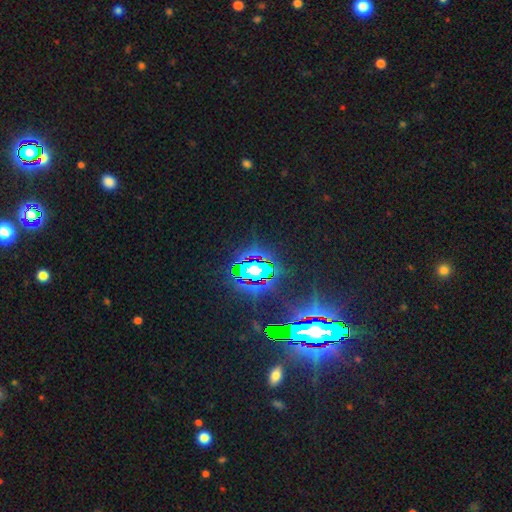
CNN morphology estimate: Smooth or featured?
  - star or artifact: 85% *
  - smooth: 7%
  - featured or disk: 7%